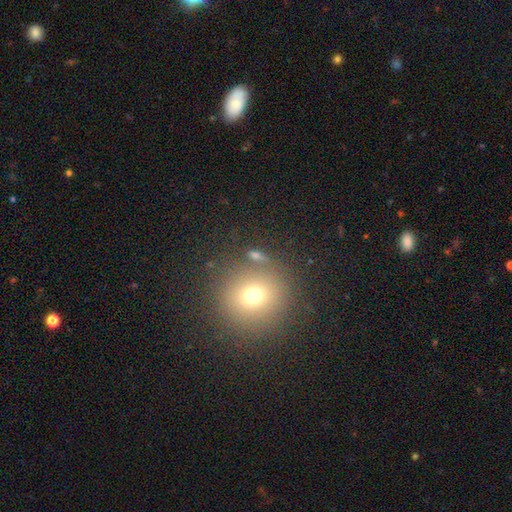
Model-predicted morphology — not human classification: A smooth galaxy with no disk features (65%) that is round (79%). Merging: none (74%).